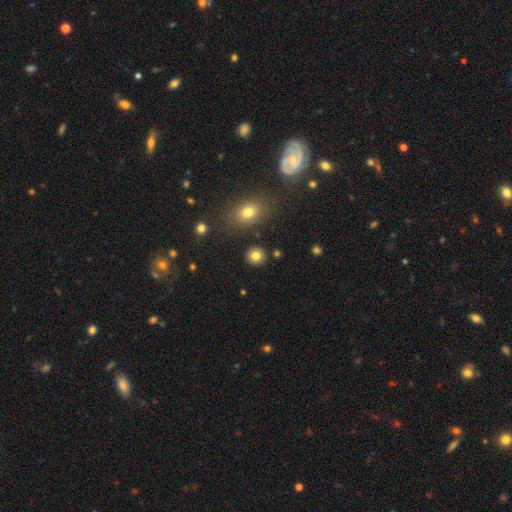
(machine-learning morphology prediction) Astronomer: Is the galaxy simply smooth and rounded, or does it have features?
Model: smooth — 82%.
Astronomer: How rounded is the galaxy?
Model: round — 89%.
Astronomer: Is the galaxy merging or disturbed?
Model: none — 89%.